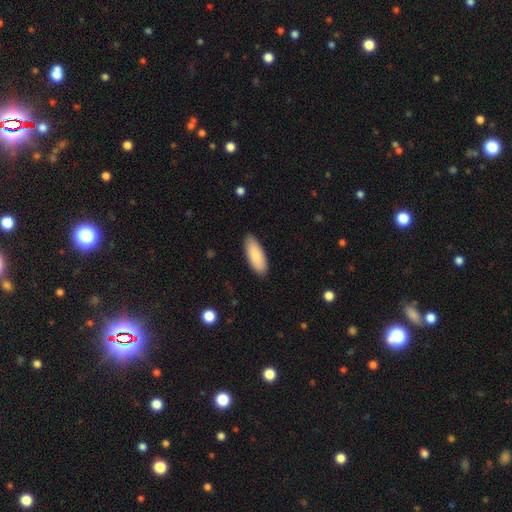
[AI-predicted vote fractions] This is clearly a smooth galaxy (87%). How rounded: likely in between (77%). Merging: clearly none (88%).